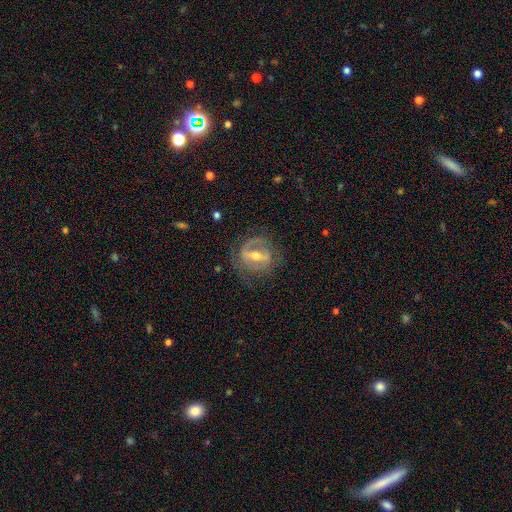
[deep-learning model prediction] smooth_or_featured: featured or disk (p=0.78) [alt: smooth p=0.15]
disk_edge_on: no (p=0.92) [alt: yes p=0.08]
bar: strong (p=0.58) [alt: weak p=0.30]
has_spiral_arms: yes (p=0.67) [alt: no p=0.33]
bulge_size: moderate (p=0.66) [alt: small p=0.27]
merging: none (p=0.67) [alt: minor disturbance p=0.18]